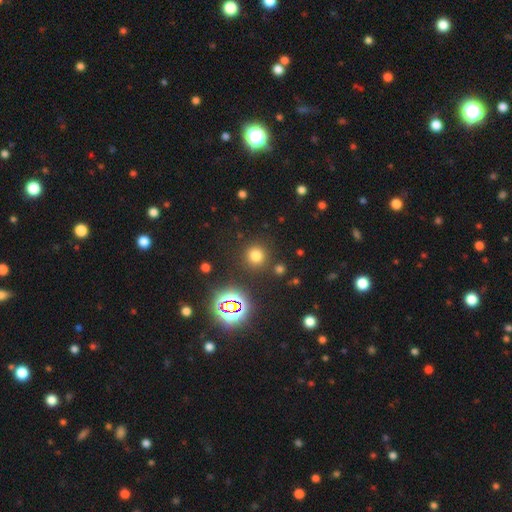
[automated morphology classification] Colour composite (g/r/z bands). It shows a smooth galaxy with no disk features (69%) that is round (92%). Merging: none (86%).